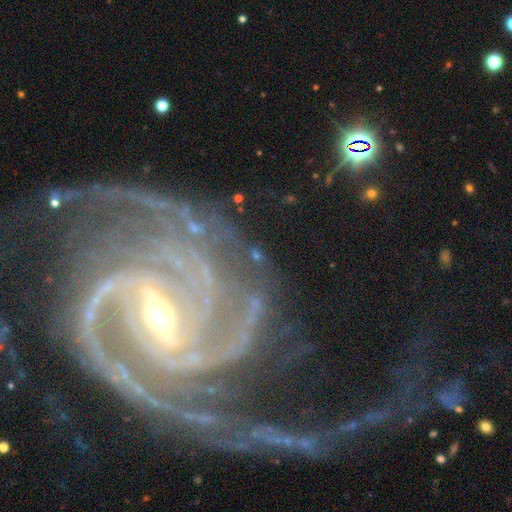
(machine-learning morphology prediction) Overall: featured or disk (71%). Edge-on disk: no (94%). Bar: strong (36%; no 33%). Spiral arms: yes (92%). Spiral arm count: can't tell (27%; 2 20%). Spiral winding: tight (65%; medium 26%). Bulge size: small (55%; moderate 32%). Merging: none (67%).